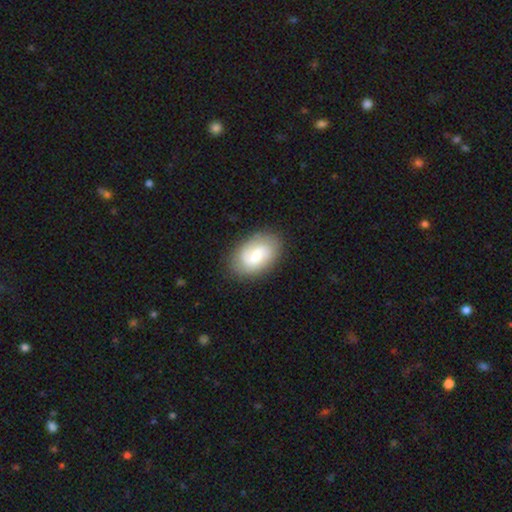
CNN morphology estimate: The model was most divided on "bar" (2-way tie): weak: 46%, no: 46%, strong: 8%. Remaining: edge-on disk — no (97%); spiral arms — yes (88%); merging — none (80%); smooth or featured — featured or disk (56%); bulge size — moderate (46%).